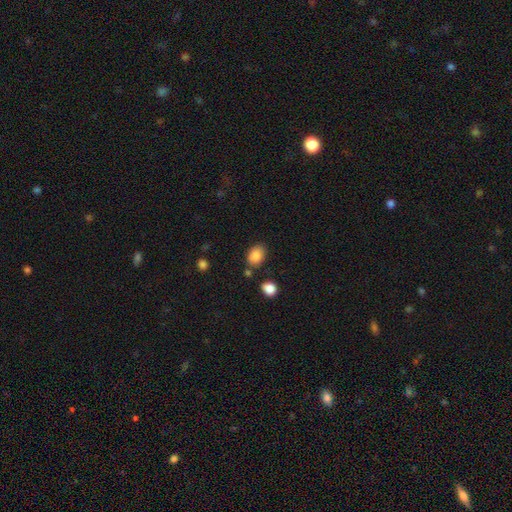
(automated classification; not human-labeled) Smooth or featured? Predicted: smooth (p=0.87). How rounded? Predicted: in between (p=0.76). Merging? Predicted: none (p=0.76).